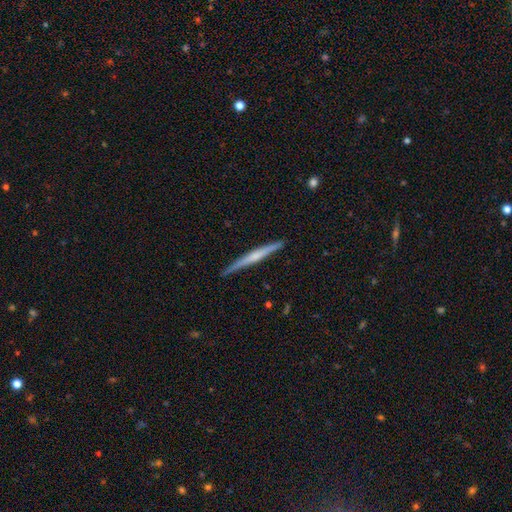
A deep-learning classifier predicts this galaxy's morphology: smooth-or-featured: featured or disk: 63% | smooth: 32% | star or artifact: 5%
  disk-edge-on: yes: 98% | no: 2%
    edge-on-bulge: rounded: 51% | none: 39% | boxy: 10%
  merging: none: 89% | minor disturbance: 9% | major disturbance: 1% | merger: 1%